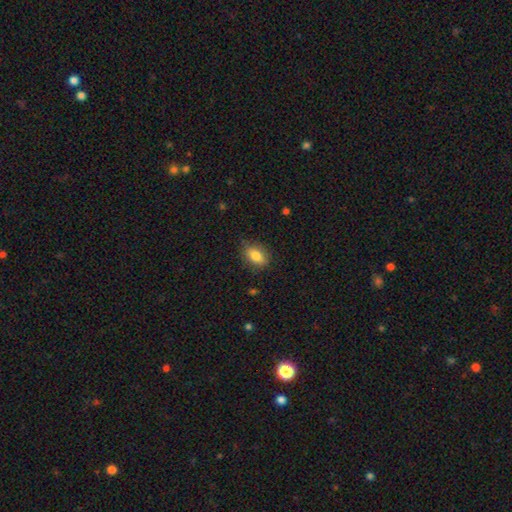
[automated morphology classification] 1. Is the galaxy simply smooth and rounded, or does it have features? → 82% smooth, 10% featured or disk, 8% star or artifact.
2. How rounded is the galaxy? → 85% in between, 12% round, 3% cigar-shaped.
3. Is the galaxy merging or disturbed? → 80% none, 15% minor disturbance, 3% major disturbance, 1% merger.